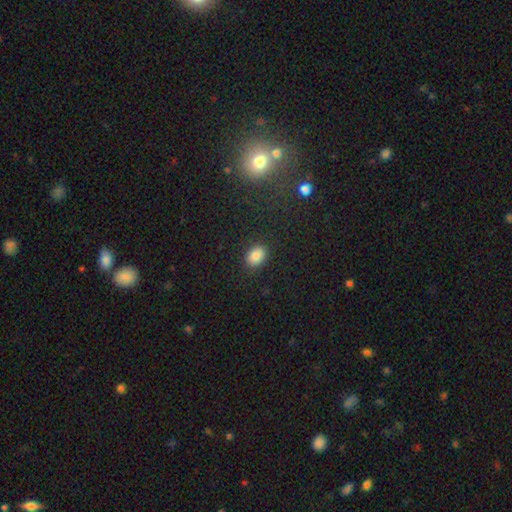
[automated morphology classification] Smooth or featured? Predicted: smooth (p=0.85). How rounded? Predicted: in between (p=0.73). Merging? Predicted: none (p=0.87).